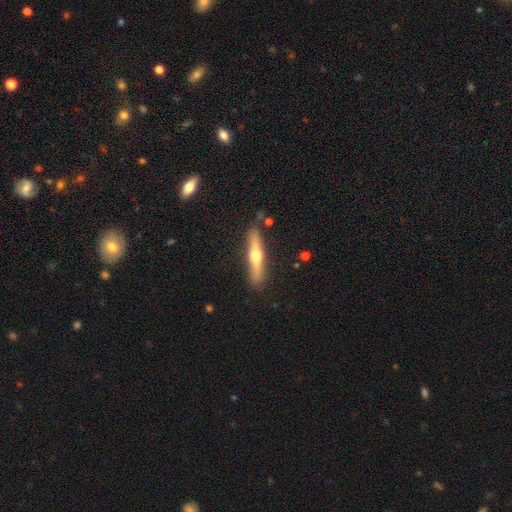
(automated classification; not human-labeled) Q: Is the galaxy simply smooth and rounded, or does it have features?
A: featured or disk — 58%.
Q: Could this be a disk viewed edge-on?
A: yes — 95%.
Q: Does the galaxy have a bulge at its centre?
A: rounded — 93%.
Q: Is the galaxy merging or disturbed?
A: none — 87%.